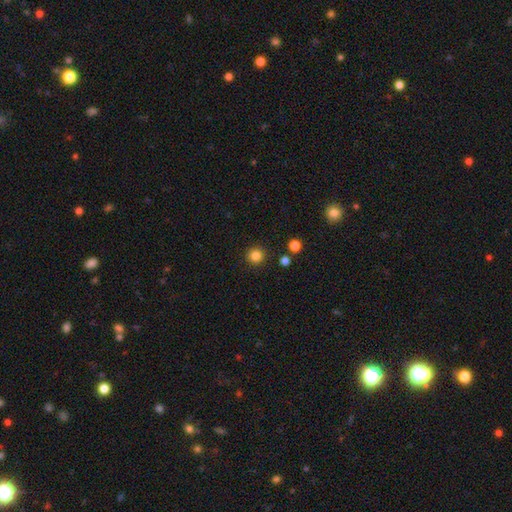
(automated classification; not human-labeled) Smooth or featured: smooth — 84% (star or artifact — 12%)
How rounded: round — 95% (in between — 4%)
Merging: none — 92% (minor disturbance — 5%)